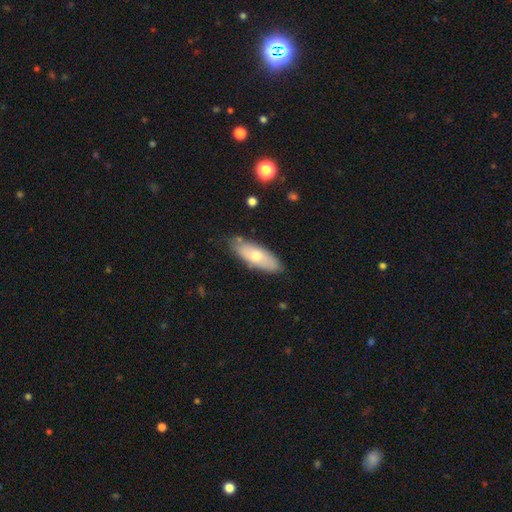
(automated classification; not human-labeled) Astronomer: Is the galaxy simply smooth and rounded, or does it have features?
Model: smooth — 62%.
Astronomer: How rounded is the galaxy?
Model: in between — 71%.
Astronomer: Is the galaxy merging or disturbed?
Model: none — 80%.